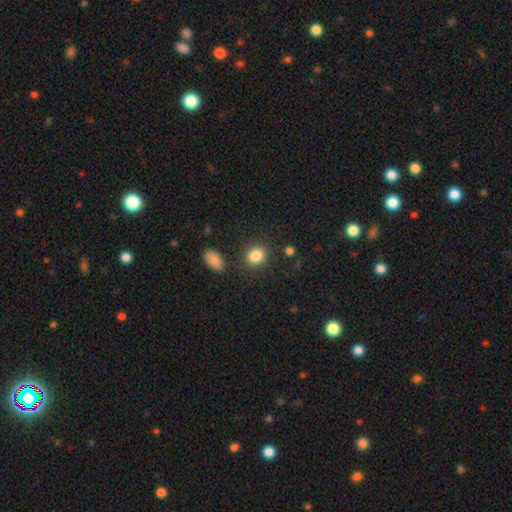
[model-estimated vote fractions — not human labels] Overall: smooth (86%). How rounded: in between (50%; round 49%). Merging: none (82%).